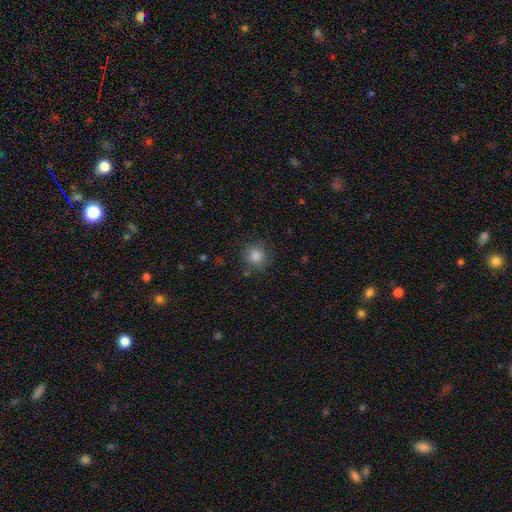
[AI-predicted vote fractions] smooth_or_featured: smooth (p=0.85) [alt: star or artifact p=0.11]
how_rounded: round (p=0.92) [alt: in between p=0.07]
merging: none (p=0.83) [alt: minor disturbance p=0.11]